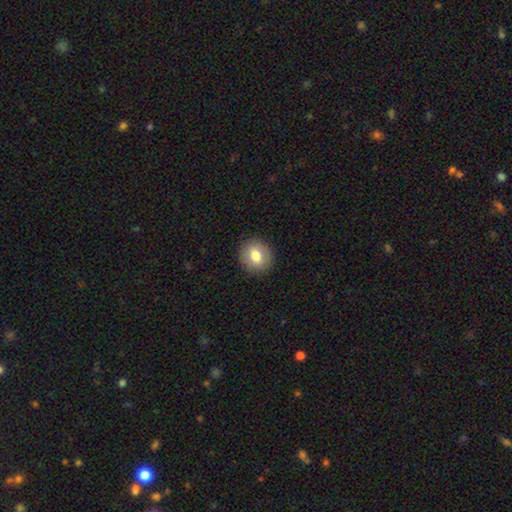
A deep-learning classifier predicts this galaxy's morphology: smooth 77%, featured or disk 14%, star or artifact 9%. Down the decision tree: how rounded — round (74%); merging — none (90%).